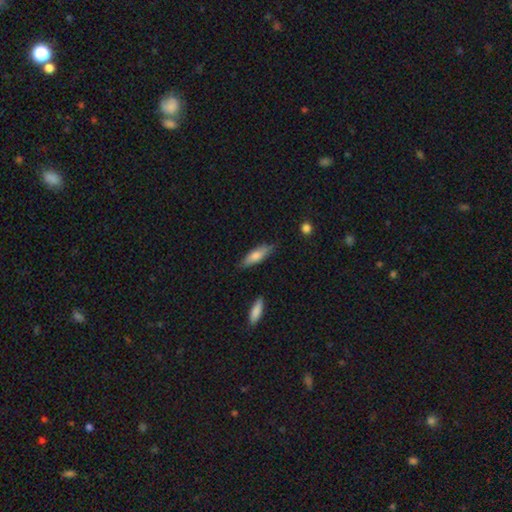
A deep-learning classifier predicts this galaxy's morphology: Smooth or featured: smooth — 72% (featured or disk — 22%)
How rounded: cigar-shaped — 56% (in between — 42%)
Merging: none — 80% (minor disturbance — 15%)